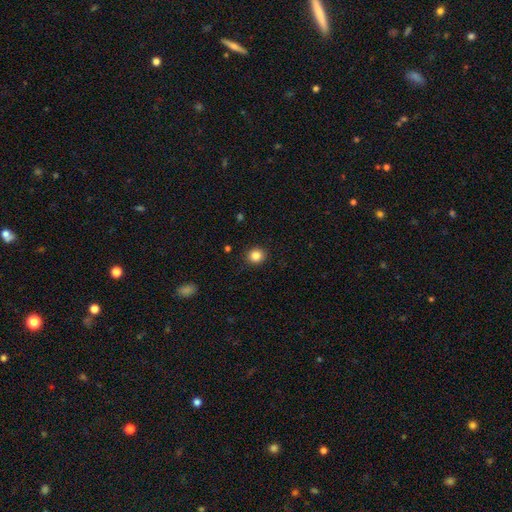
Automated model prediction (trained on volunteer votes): Smooth or featured?
  - smooth: 84% *
  - star or artifact: 11%
  - featured or disk: 5%
How rounded?
  - round: 83% *
  - in between: 16%
  - cigar-shaped: 1%
Merging?
  - none: 91% *
  - minor disturbance: 6%
  - major disturbance: 2%
  - merger: 1%